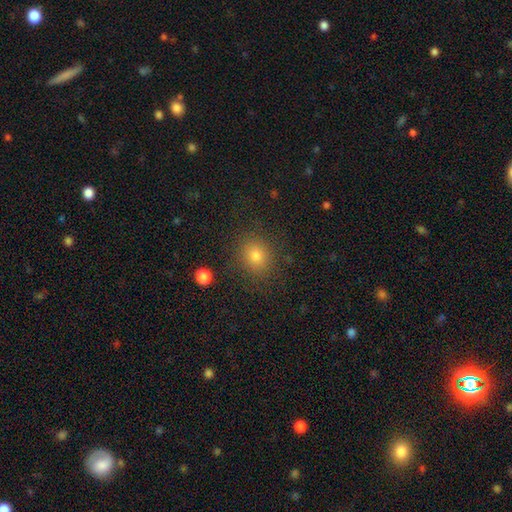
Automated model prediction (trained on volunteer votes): smooth-or-featured: smooth: 77% | star or artifact: 15% | featured or disk: 8%
  how-rounded: round: 74% | in between: 25% | cigar-shaped: 1%
  merging: none: 88% | minor disturbance: 8% | major disturbance: 3% | merger: 1%